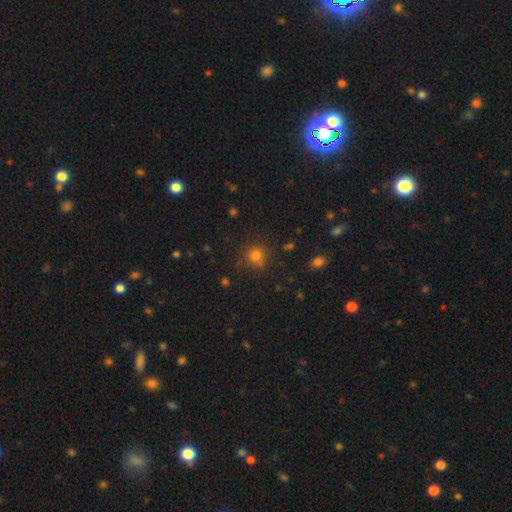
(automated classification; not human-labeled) smooth 77%, star or artifact 17%, featured or disk 6%. Down the decision tree: how rounded — round (89%); merging — none (79%).